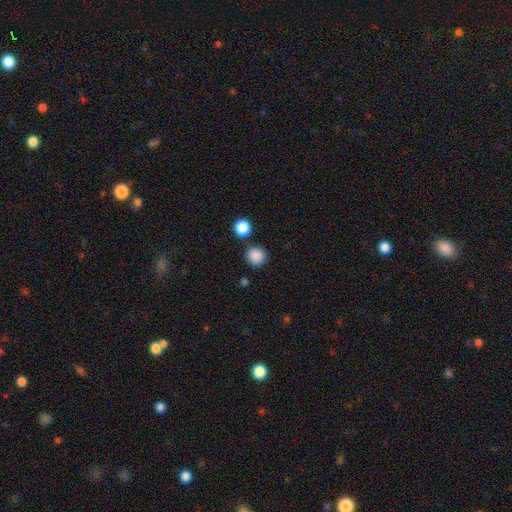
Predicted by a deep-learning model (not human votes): Overall: smooth (87%). How rounded: round (93%). Merging: none (84%).